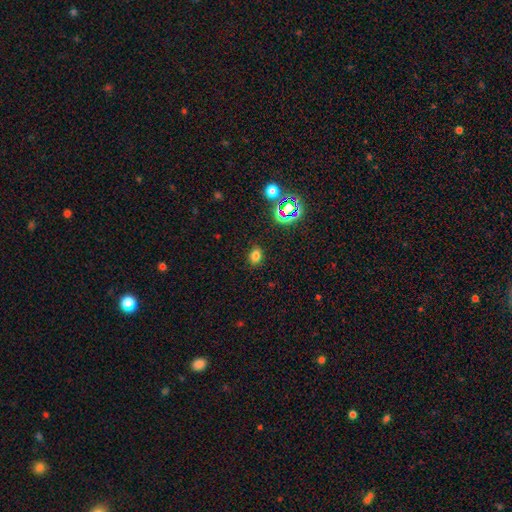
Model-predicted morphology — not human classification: Smooth or featured: smooth — 73% (star or artifact — 20%)
How rounded: in between — 63% (round — 36%)
Merging: none — 86% (minor disturbance — 10%)